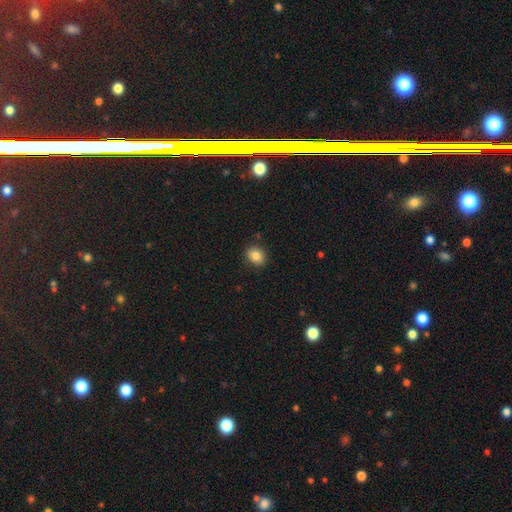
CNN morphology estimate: Smooth or featured: smooth — 84% (star or artifact — 10%)
How rounded: round — 63% (in between — 36%)
Merging: none — 87% (minor disturbance — 9%)